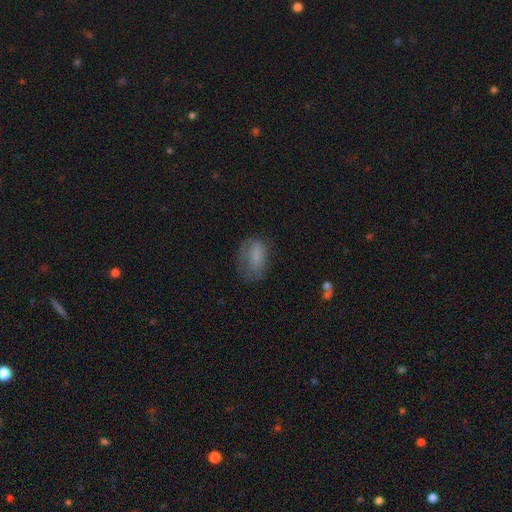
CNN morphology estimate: This is likely a smooth galaxy (73%). How rounded: clearly in between (83%). Merging: possibly none (49%).